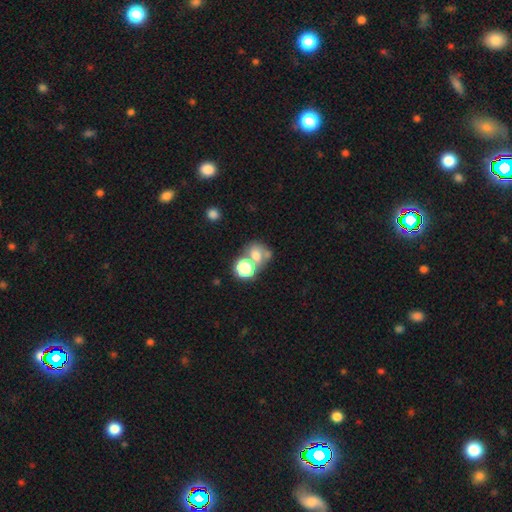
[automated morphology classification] The model was most divided on "how rounded": round: 60%, in between: 39%, cigar-shaped: 1%. More confident: smooth or featured — smooth (66%); merging — merger (53%).